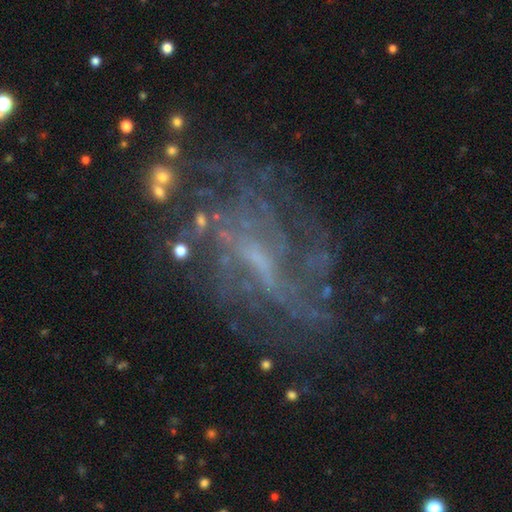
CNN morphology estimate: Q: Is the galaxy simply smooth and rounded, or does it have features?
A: featured or disk — 72%.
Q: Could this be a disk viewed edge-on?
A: no — 93%.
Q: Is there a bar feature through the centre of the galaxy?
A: weak — 48%.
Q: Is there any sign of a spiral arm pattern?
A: yes — 74%.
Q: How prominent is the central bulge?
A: small — 57%.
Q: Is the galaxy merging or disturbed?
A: none — 63%.